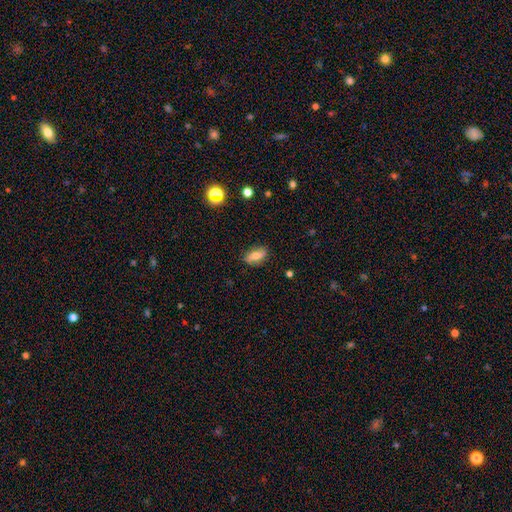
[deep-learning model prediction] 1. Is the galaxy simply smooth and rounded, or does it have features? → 57% smooth, 34% featured or disk, 9% star or artifact.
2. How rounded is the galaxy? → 81% in between, 11% cigar-shaped, 8% round.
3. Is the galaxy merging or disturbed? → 82% none, 14% minor disturbance, 3% major disturbance, 1% merger.